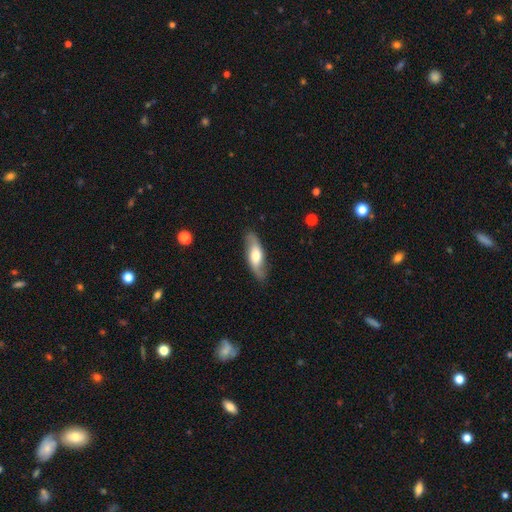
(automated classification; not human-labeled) A featured or disk galaxy (49%). Merging: none (82%).